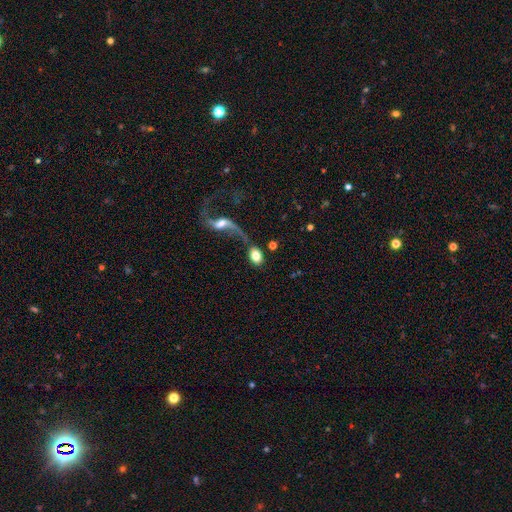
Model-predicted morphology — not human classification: This appears to be a smooth galaxy with no disk features (74%) that is in between round and cigar-shaped (84%). Merging: none (46%).